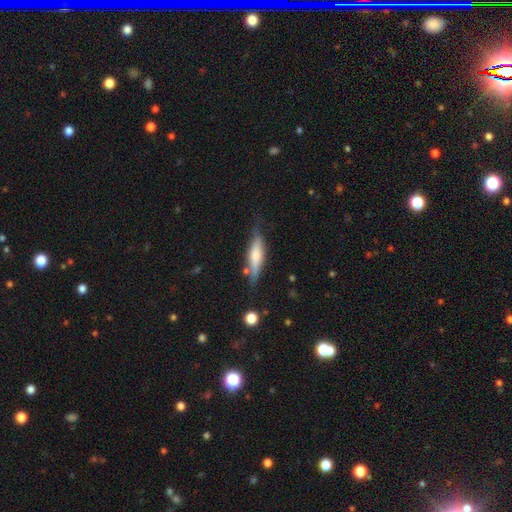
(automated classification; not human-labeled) This appears to be a smooth galaxy with no disk features (47%). Merging: none (69%).